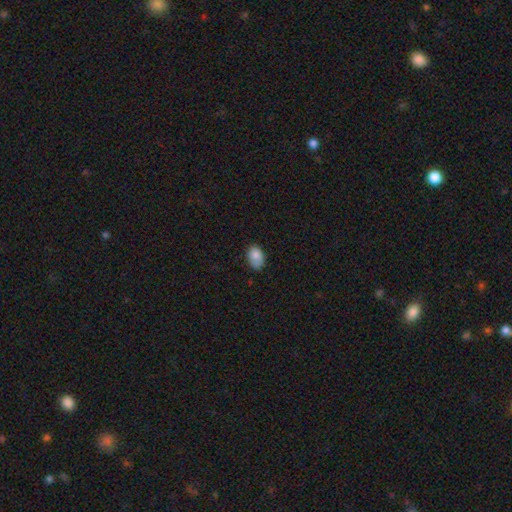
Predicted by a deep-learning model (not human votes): Smooth or featured?
  - smooth: 84% *
  - star or artifact: 8%
  - featured or disk: 8%
How rounded?
  - in between: 84% *
  - round: 15%
  - cigar-shaped: 1%
Merging?
  - none: 65% *
  - minor disturbance: 27%
  - major disturbance: 6%
  - merger: 2%